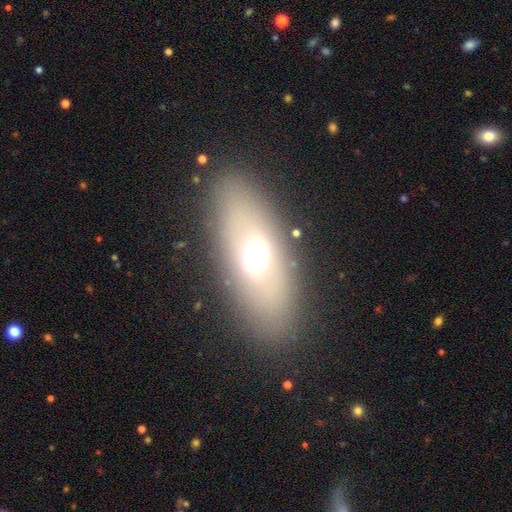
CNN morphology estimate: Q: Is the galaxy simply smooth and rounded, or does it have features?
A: smooth — 51%.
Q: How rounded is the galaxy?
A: in between — 75%.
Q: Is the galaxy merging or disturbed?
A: none — 85%.